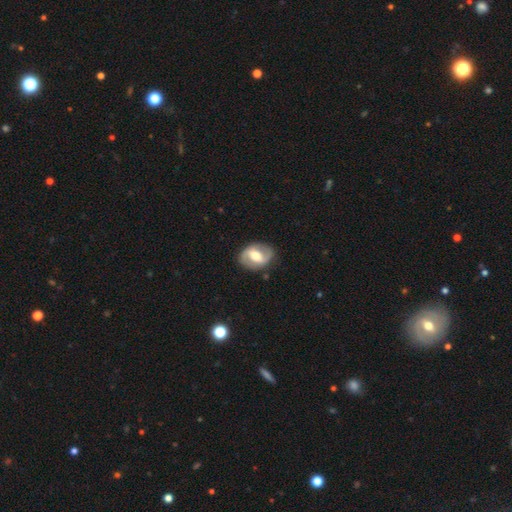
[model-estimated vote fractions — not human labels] smooth-or-featured: featured or disk: 72% | smooth: 22% | star or artifact: 5%
  disk-edge-on: no: 96% | yes: 4%
    bar: strong: 42% | weak: 40% | no: 18%
    has-spiral-arms: yes: 78% | no: 22%
      spiral-winding: medium: 45% | loose: 29% | tight: 25%
      spiral-arm-count: 2: 89% | can't tell: 6% | 1: 2% | 3: 1% | 4: 1% | more than 4: 1%
    bulge-size: moderate: 61% | large: 22% | small: 13% | dominant: 2% | none: 2%
  merging: none: 84% | minor disturbance: 11% | major disturbance: 4% | merger: 1%